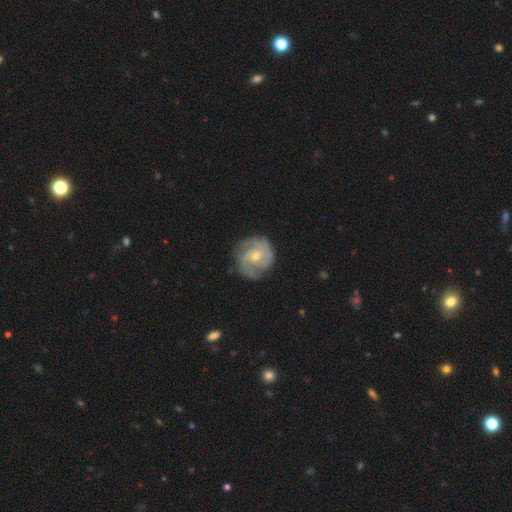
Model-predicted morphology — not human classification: featured or disk 83%, smooth 11%, star or artifact 5%. Down the decision tree: edge-on disk — no (98%); bar — no (64%); spiral arms — yes (96%); spiral arm count — 3 (35%); spiral winding — tight (53%); bulge size — small (50%); merging — none (77%).